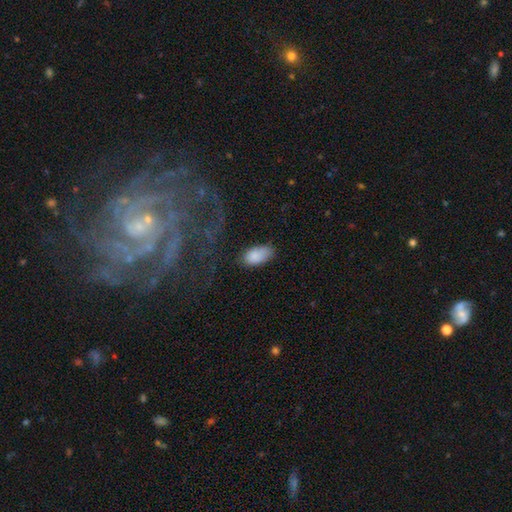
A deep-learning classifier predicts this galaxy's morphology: Q: Smooth or featured?
A: smooth (86%); runner-up: star or artifact (8%)
Q: How rounded?
A: in between (94%); runner-up: round (3%)
Q: Merging?
A: none (67%); runner-up: minor disturbance (24%)